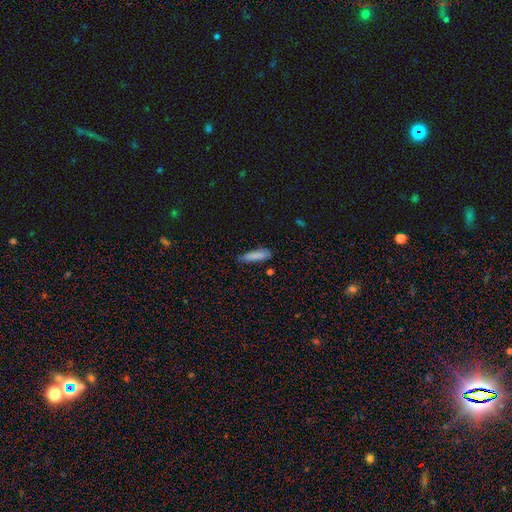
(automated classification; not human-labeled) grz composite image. It shows a smooth galaxy with no disk features (84%) that is cigar-shaped (72%). Merging: none (75%).